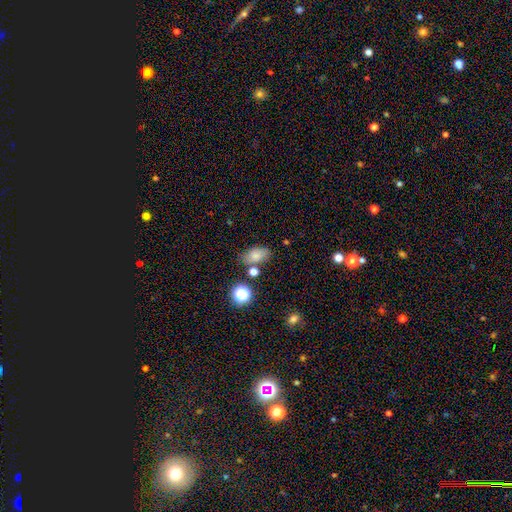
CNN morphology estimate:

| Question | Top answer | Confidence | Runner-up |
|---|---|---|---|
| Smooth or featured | smooth | 74% | star or artifact (14%) |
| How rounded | in between | 86% | round (12%) |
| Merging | none | 69% | minor disturbance (17%) |